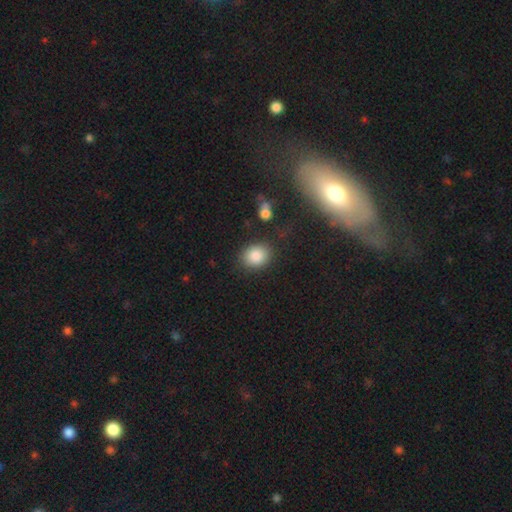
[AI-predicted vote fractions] Morphology: type=smooth (86%); roundness=round (52%); merging=none (82%).